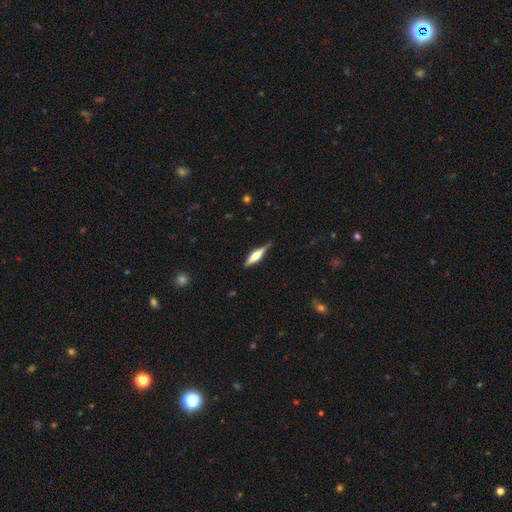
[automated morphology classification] This appears to be a featured or disk galaxy (58%) viewed edge-on (96%) with a rounded central bulge (78%). Merging: none (83%).